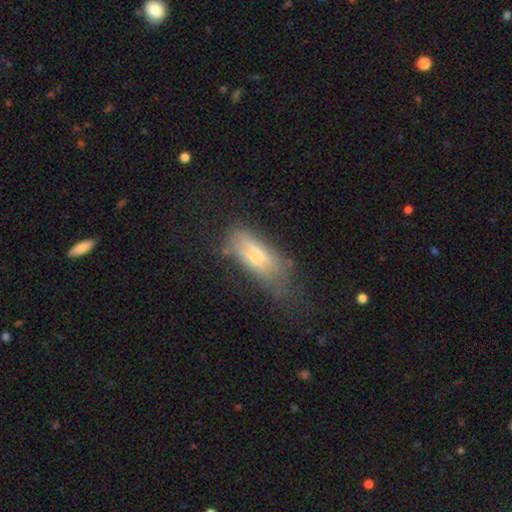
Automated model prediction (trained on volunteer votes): smooth-or-featured: smooth: 57% | featured or disk: 34% | star or artifact: 9%
  how-rounded: in between: 67% | cigar-shaped: 30% | round: 3%
  merging: none: 36% | minor disturbance: 31% | major disturbance: 29% | merger: 4%